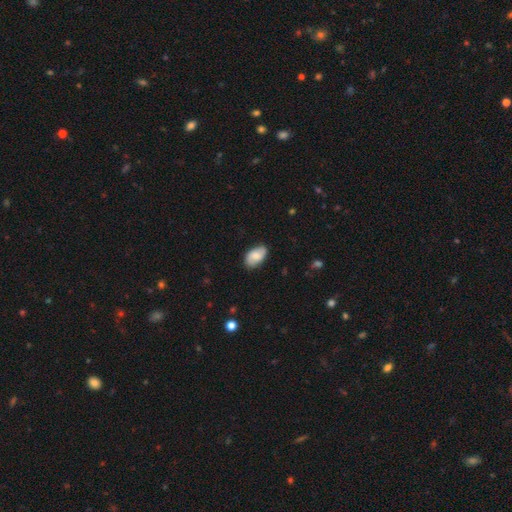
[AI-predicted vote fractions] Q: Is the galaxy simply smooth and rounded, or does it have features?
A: smooth — 66%.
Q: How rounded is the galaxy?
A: in between — 93%.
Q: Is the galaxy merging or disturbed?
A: none — 77%.